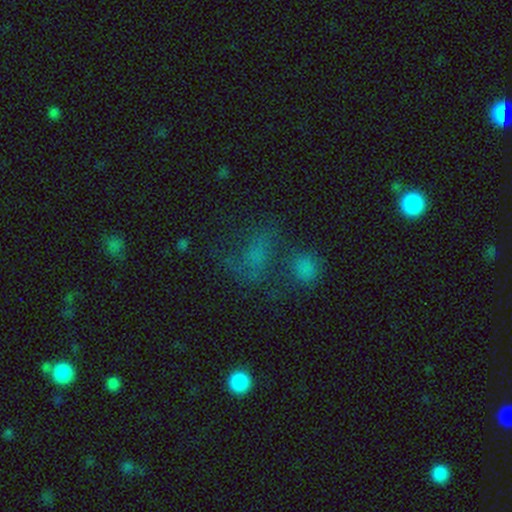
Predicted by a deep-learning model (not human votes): Morphology: type=smooth (45%); merging=none (43%).